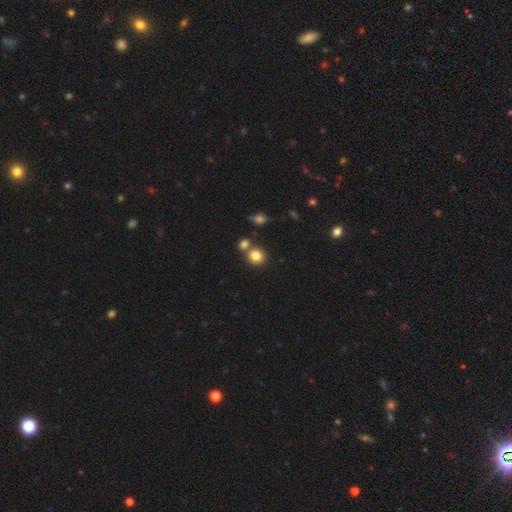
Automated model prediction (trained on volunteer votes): This is clearly a smooth galaxy (81%). How rounded: clearly round (81%). Merging: likely none (64%).